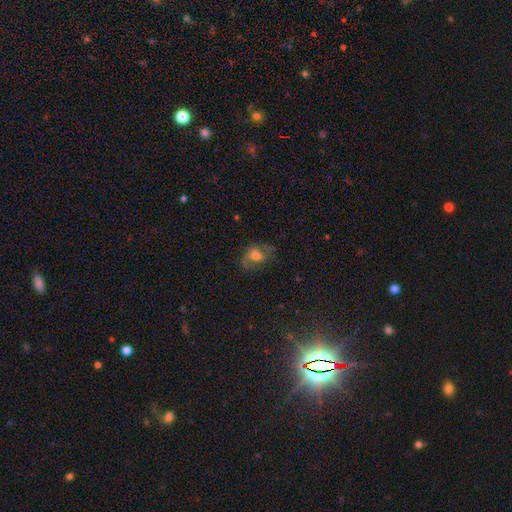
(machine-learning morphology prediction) smooth-or-featured: featured or disk: 53% | smooth: 35% | star or artifact: 12%
  disk-edge-on: no: 96% | yes: 4%
    bar: no: 59% | weak: 32% | strong: 9%
    has-spiral-arms: yes: 78% | no: 22%
    bulge-size: moderate: 60% | small: 20% | large: 15% | none: 3% | dominant: 2%
  merging: none: 57% | minor disturbance: 22% | major disturbance: 19% | merger: 2%